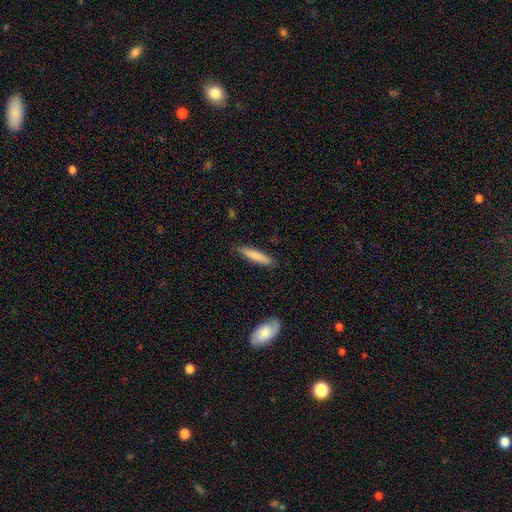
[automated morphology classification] This appears to be a smooth galaxy with no disk features (83%) that is cigar-shaped (84%). Merging: none (88%).